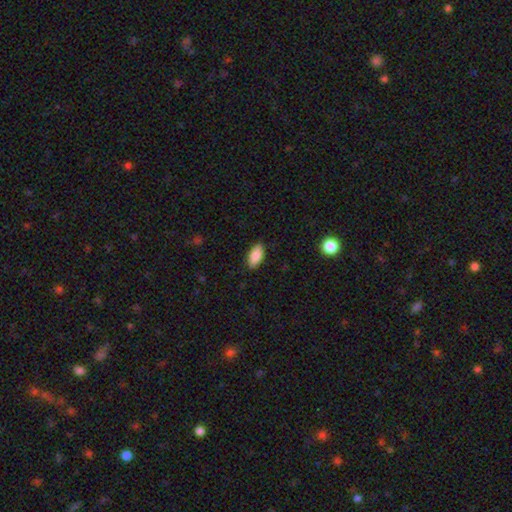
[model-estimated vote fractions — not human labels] Smooth or featured: smooth — 86% (featured or disk — 7%)
How rounded: in between — 92% (cigar-shaped — 6%)
Merging: none — 87% (minor disturbance — 10%)